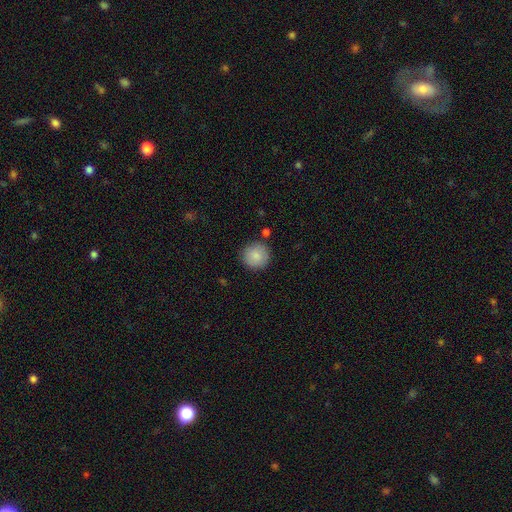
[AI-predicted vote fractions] smooth 88%, star or artifact 7%, featured or disk 5%. Down the decision tree: how rounded — round (94%); merging — none (87%).